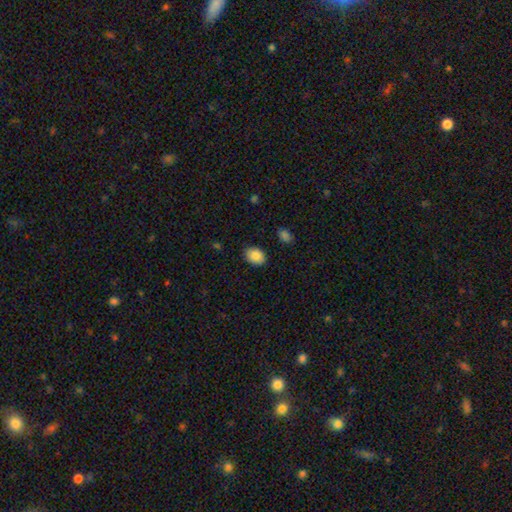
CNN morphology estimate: Smooth or featured? Predicted: smooth (p=0.88). How rounded? Predicted: in between (p=0.73). Merging? Predicted: none (p=0.86).